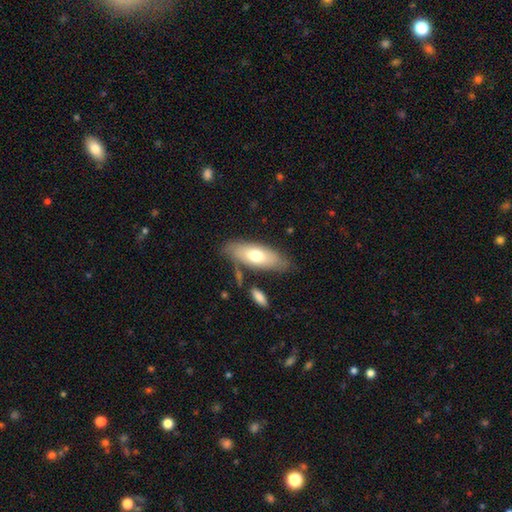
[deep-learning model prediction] smooth 66%, featured or disk 28%, star or artifact 6%. Down the decision tree: how rounded — in between (74%); merging — none (73%).